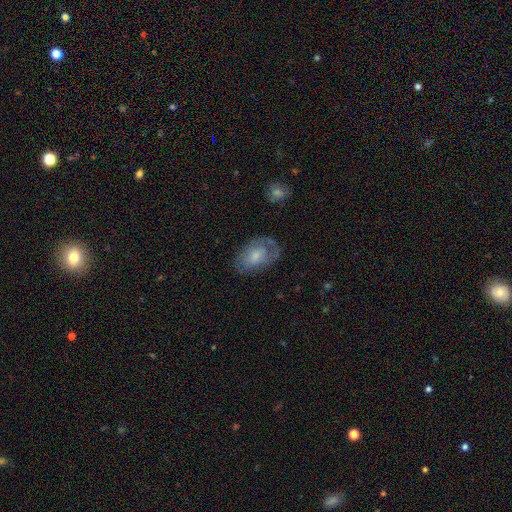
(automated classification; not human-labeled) smooth-or-featured: smooth: 54% | featured or disk: 39% | star or artifact: 7%
  how-rounded: in between: 88% | round: 10% | cigar-shaped: 2%
  merging: none: 62% | minor disturbance: 24% | major disturbance: 13% | merger: 2%